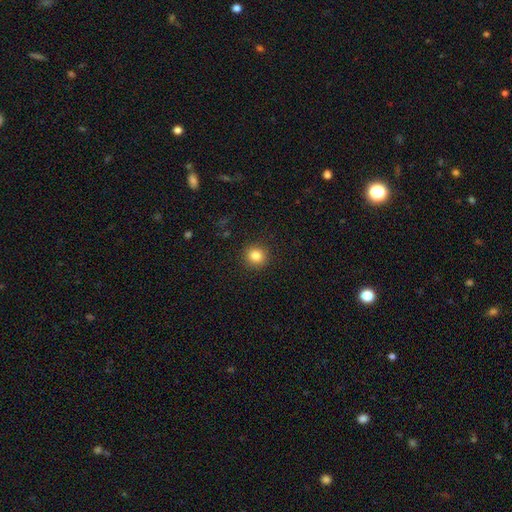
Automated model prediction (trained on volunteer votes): smooth 83%, star or artifact 11%, featured or disk 5%. Down the decision tree: how rounded — round (91%); merging — none (92%).